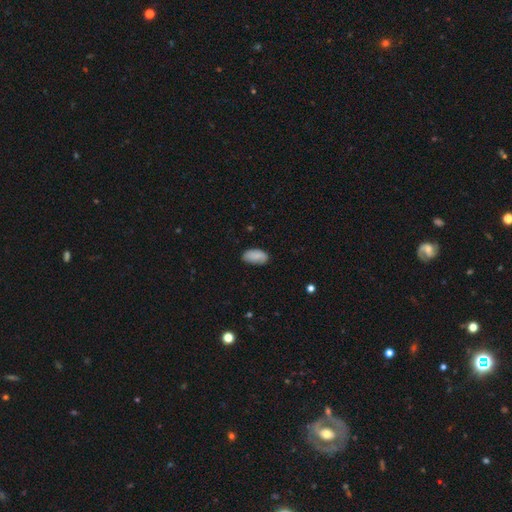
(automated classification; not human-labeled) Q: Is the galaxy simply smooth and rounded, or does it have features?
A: smooth — 84%.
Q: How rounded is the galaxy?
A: in between — 95%.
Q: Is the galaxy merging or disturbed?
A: none — 75%.